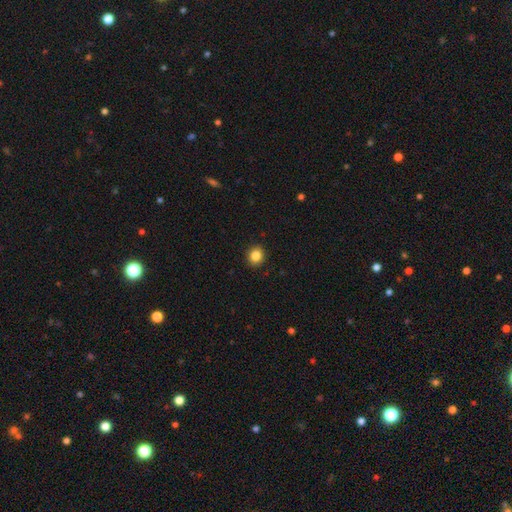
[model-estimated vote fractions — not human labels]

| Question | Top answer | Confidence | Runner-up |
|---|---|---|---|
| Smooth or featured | smooth | 85% | star or artifact (10%) |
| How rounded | round | 84% | in between (15%) |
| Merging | none | 92% | minor disturbance (5%) |